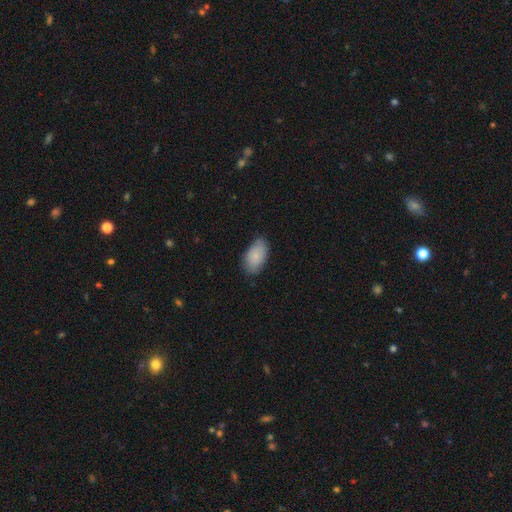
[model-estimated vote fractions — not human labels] Smooth or featured? smooth (79%)
How rounded? in between (93%)
Merging? none (77%)